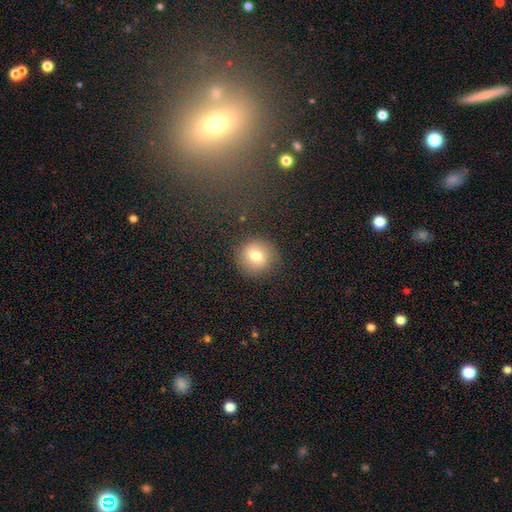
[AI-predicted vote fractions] Morphology: type=smooth (77%); roundness=round (92%); merging=none (88%).